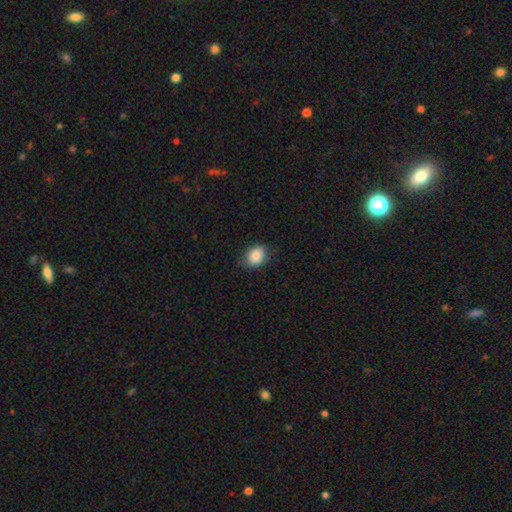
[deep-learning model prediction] Morphology: type=smooth (84%); roundness=round (52%); merging=none (78%).